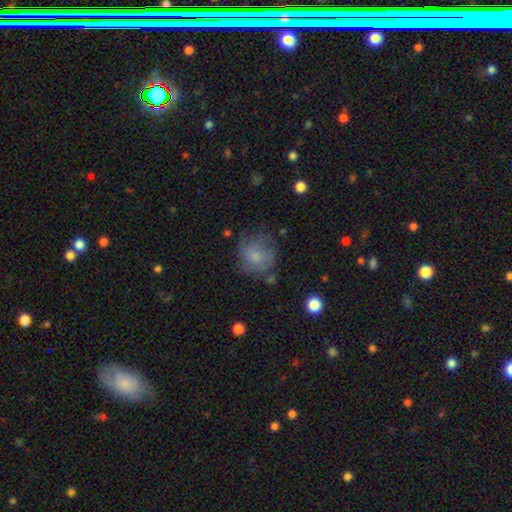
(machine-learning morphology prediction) Smooth or featured: smooth — 65% (featured or disk — 25%)
How rounded: round — 83% (in between — 16%)
Merging: none — 54% (minor disturbance — 27%)